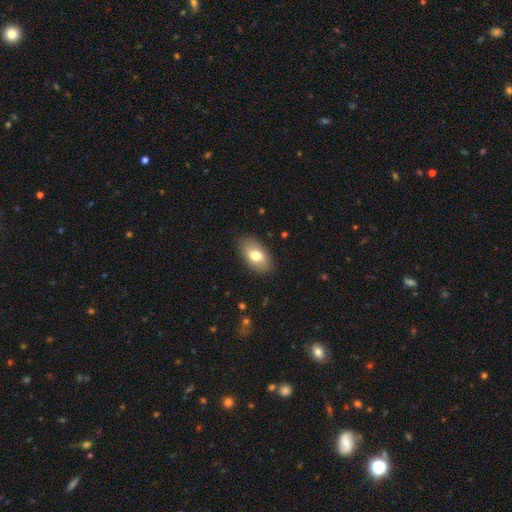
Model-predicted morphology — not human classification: Overall: smooth (74%). How rounded: in between (93%). Merging: none (86%).